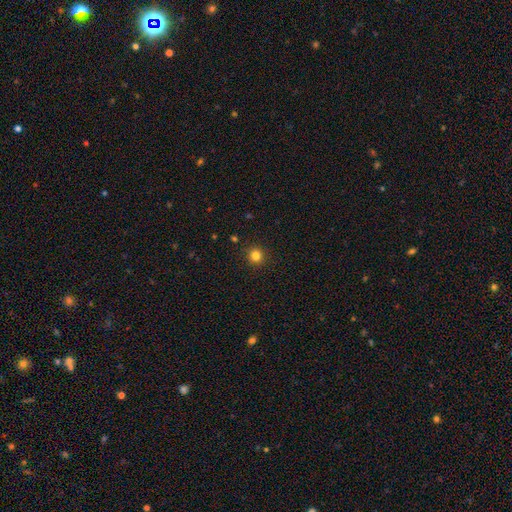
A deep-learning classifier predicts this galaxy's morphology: This appears to be a smooth galaxy with no disk features (82%) that is round (94%). Merging: none (92%).